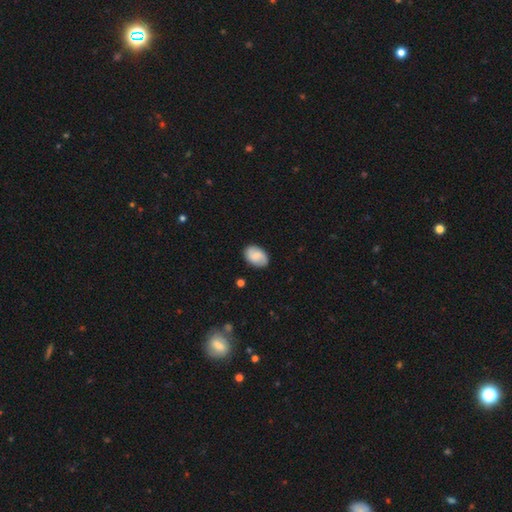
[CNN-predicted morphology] This is likely a smooth galaxy (72%). How rounded: clearly in between (85%). Merging: clearly none (84%).